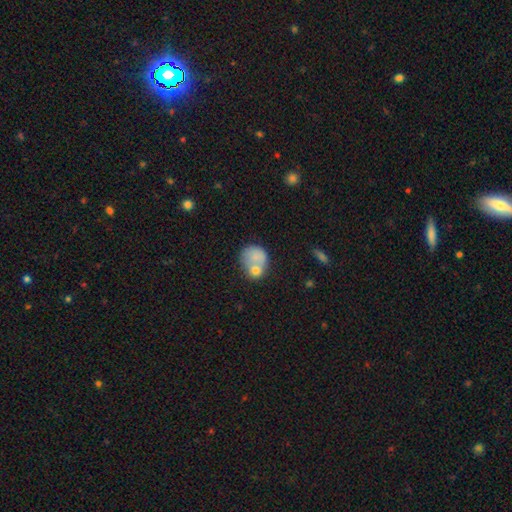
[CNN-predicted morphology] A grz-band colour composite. It shows a smooth galaxy with no disk features (73%) that is round (69%). Merging: merger (42%).